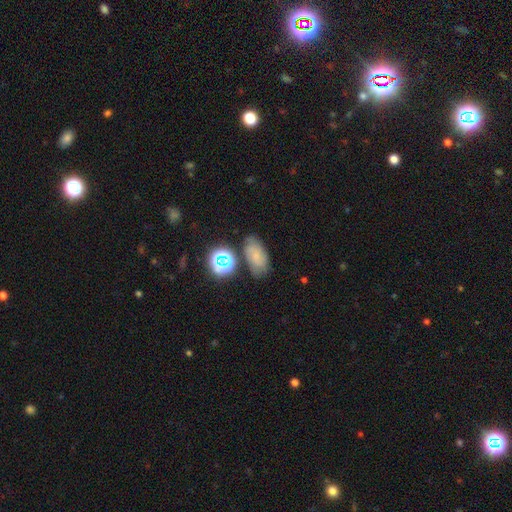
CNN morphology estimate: A smooth galaxy with no disk features (48%). Merging: none (66%).